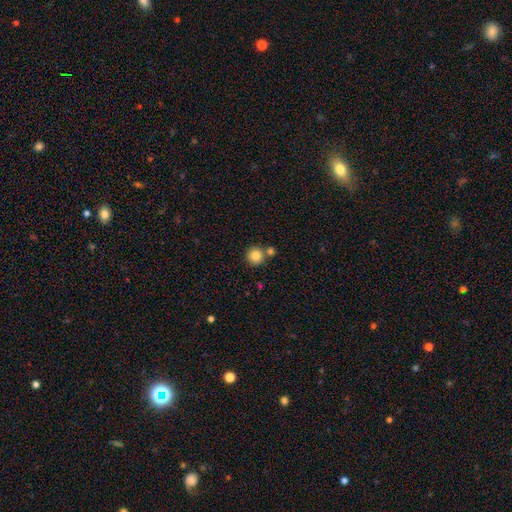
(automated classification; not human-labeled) A smooth galaxy with no disk features (84%) that is round (94%). Merging: none (69%).